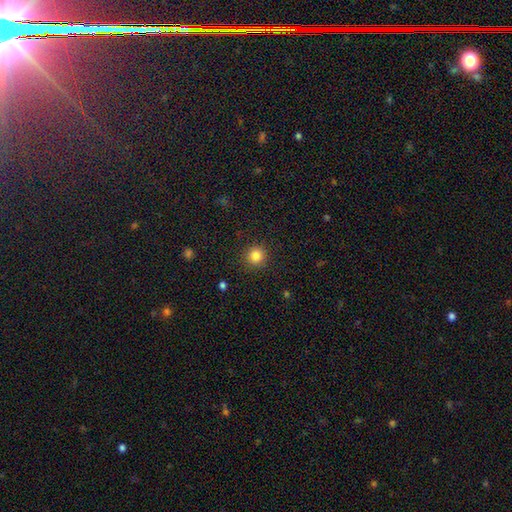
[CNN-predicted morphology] This is clearly a smooth galaxy (84%). How rounded: clearly round (94%). Merging: clearly none (91%).